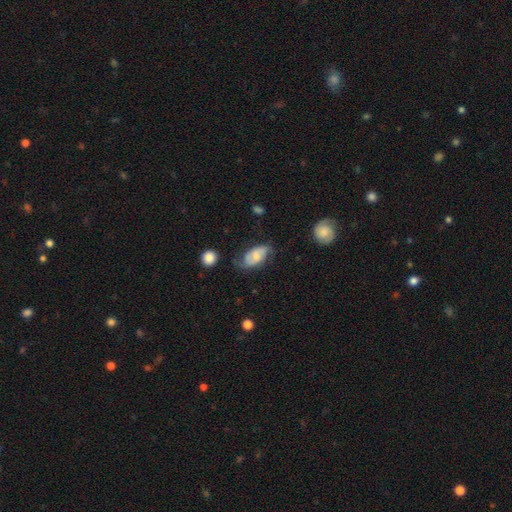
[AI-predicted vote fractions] This appears to be a smooth galaxy with no disk features (47%). Merging: none (58%).